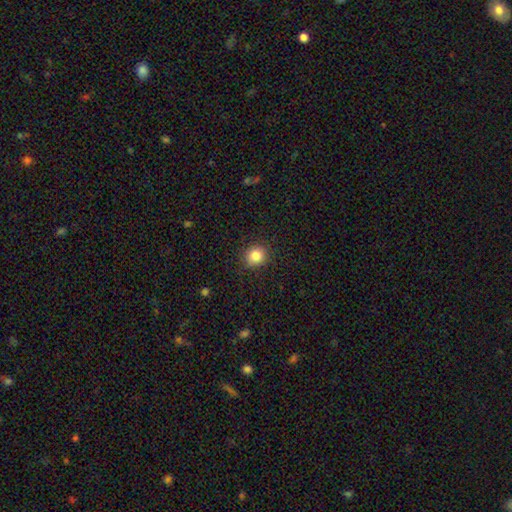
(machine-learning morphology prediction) Overall: smooth (84%). How rounded: round (83%). Merging: none (89%).